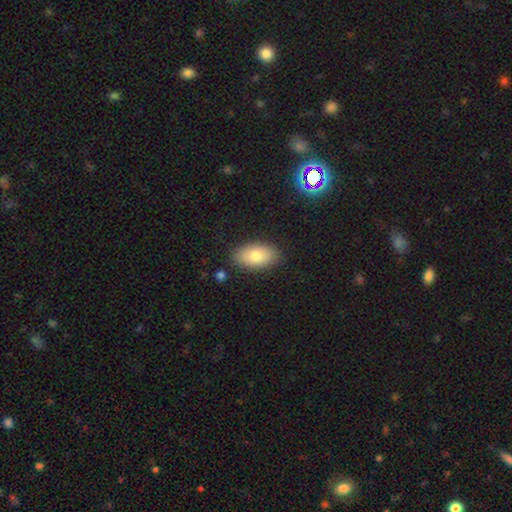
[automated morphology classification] Smooth or featured: smooth — 79% (featured or disk — 14%)
How rounded: in between — 94% (round — 5%)
Merging: none — 85% (minor disturbance — 11%)